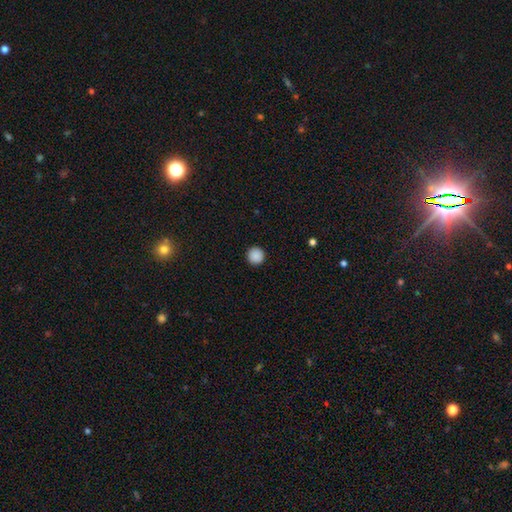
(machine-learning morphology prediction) Q: Smooth or featured?
A: smooth (89%); runner-up: star or artifact (9%)
Q: How rounded?
A: round (96%); runner-up: in between (3%)
Q: Merging?
A: none (93%); runner-up: minor disturbance (4%)